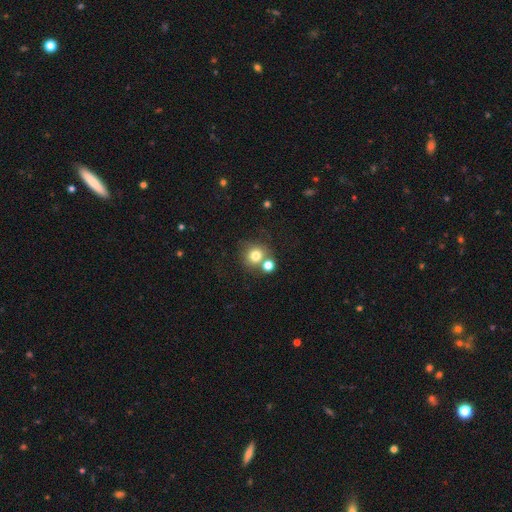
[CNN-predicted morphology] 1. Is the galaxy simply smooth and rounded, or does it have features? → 77% smooth, 13% star or artifact, 10% featured or disk.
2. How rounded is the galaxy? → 88% round, 11% in between, 1% cigar-shaped.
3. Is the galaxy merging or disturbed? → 59% none, 28% merger, 9% minor disturbance, 4% major disturbance.